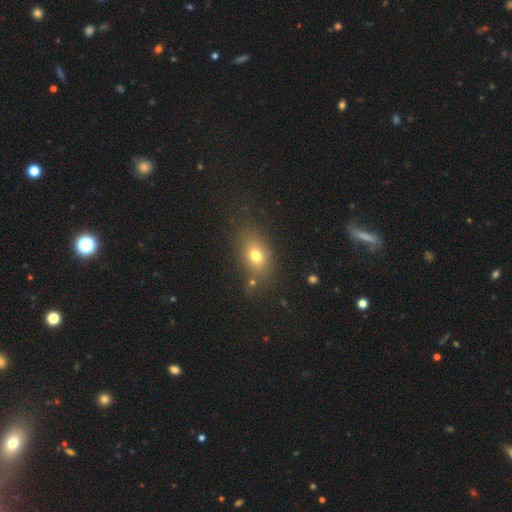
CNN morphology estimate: Smooth or featured: smooth — 73% (star or artifact — 14%)
How rounded: in between — 72% (round — 25%)
Merging: none — 75% (minor disturbance — 14%)